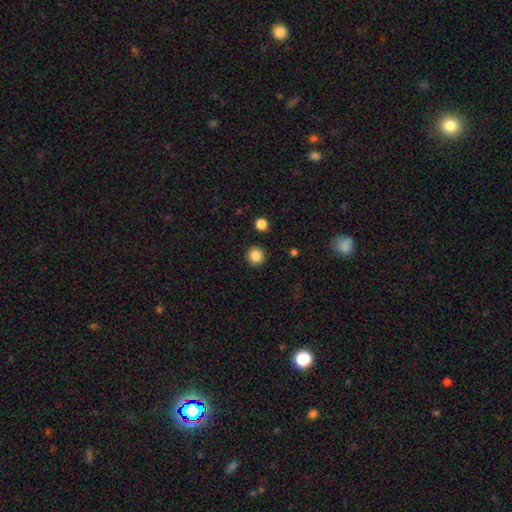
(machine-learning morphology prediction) The model was most divided on "smooth or featured": smooth: 86%, star or artifact: 10%, featured or disk: 4%. More confident: how rounded — round (94%); merging — none (91%).